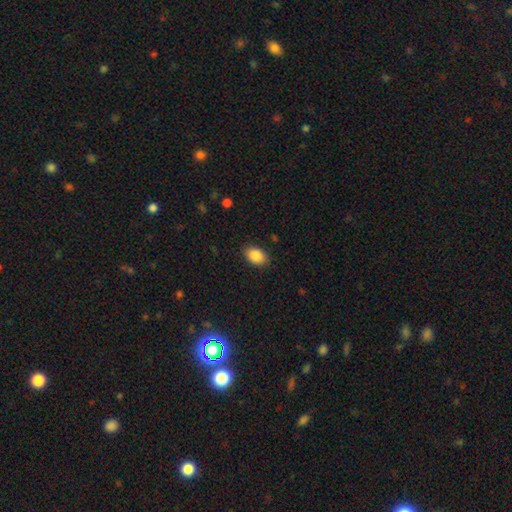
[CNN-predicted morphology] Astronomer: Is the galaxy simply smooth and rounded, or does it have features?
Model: smooth — 87%.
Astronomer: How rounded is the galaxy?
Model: in between — 87%.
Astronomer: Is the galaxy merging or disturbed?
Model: none — 87%.